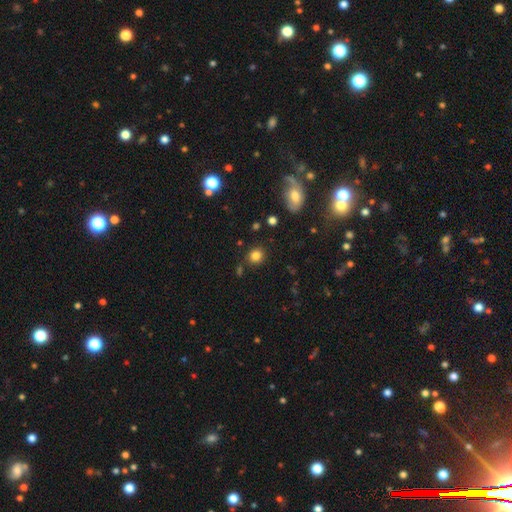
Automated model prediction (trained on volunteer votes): The model was most divided on "how rounded": round: 79%, in between: 20%, cigar-shaped: 1%. More confident: merging — none (83%); smooth or featured — smooth (83%).